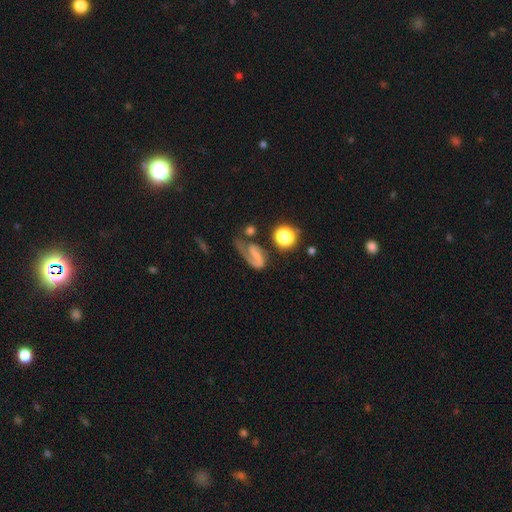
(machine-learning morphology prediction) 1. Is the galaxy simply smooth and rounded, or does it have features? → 70% featured or disk, 20% smooth, 10% star or artifact.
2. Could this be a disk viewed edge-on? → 97% no, 3% yes.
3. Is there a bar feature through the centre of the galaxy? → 34% strong (tied), 34% weak (tied), 32% no.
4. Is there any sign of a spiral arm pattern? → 90% yes, 10% no.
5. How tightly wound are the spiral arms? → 41% medium, 31% loose, 27% tight.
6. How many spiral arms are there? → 52% 1, 42% 2, 4% can't tell, 1% 3, 1% more than 4, 1% 4.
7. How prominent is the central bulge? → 57% none, 26% small, 10% moderate, 4% large, 2% dominant.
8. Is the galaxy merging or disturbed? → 38% none, 33% major disturbance, 20% minor disturbance, 9% merger.